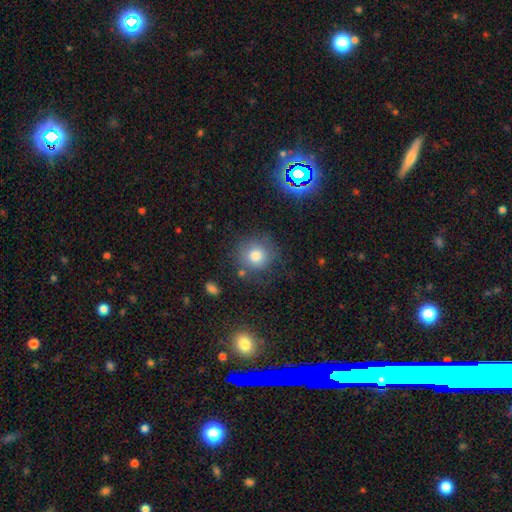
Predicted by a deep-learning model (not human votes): A smooth galaxy with no disk features (79%) that is round (90%). Merging: none (74%).